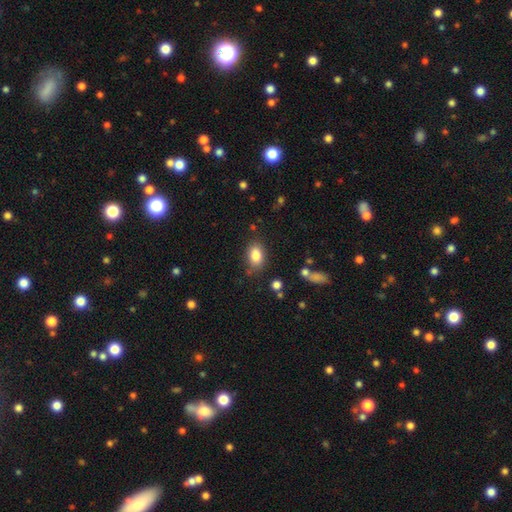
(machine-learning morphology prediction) Smooth or featured? smooth (84%)
How rounded? in between (84%)
Merging? none (78%)